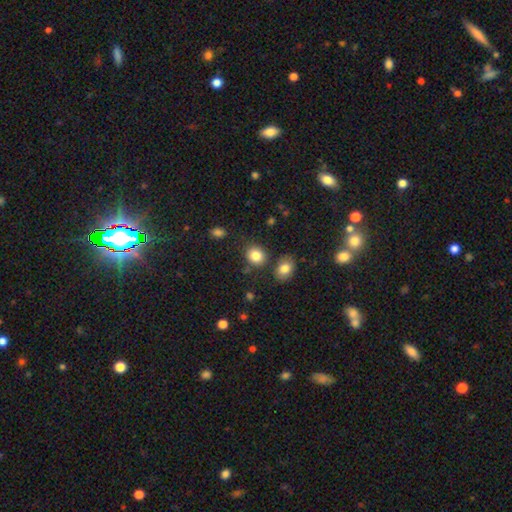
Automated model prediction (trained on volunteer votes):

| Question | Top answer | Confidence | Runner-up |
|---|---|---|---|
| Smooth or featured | smooth | 84% | star or artifact (10%) |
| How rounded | round | 63% | in between (36%) |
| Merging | none | 76% | minor disturbance (11%) |